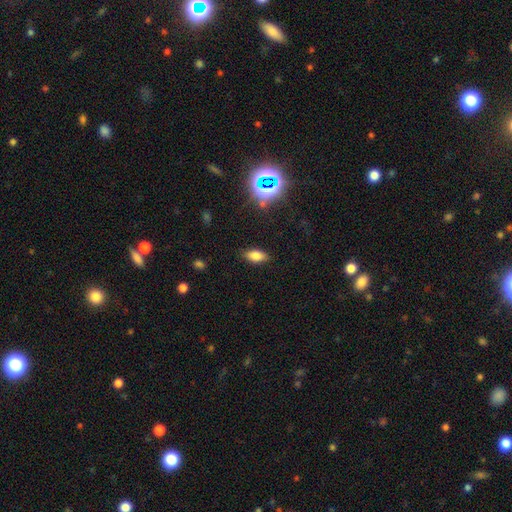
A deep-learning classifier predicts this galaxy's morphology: Overall: smooth (77%). How rounded: in between (87%). Merging: none (85%).